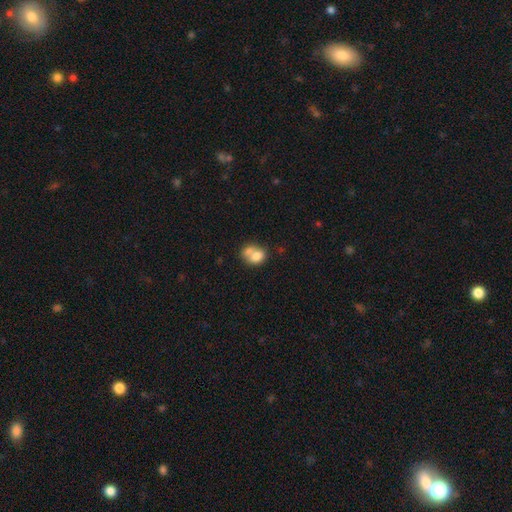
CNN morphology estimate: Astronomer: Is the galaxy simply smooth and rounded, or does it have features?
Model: smooth — 72%.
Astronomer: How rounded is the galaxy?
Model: in between — 57% (runner-up: round, 42%).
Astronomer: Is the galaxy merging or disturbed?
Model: merger — 60%.